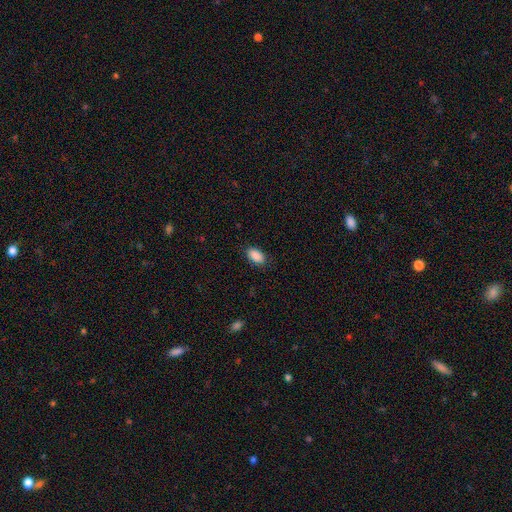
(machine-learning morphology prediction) This is clearly a smooth galaxy (90%). How rounded: clearly in between (93%). Merging: clearly none (85%).